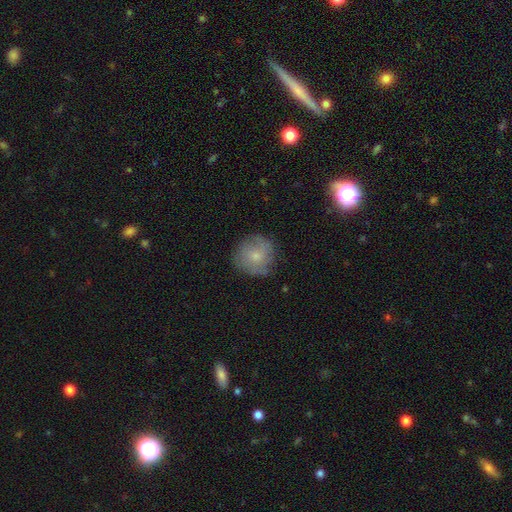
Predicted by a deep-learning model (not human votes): The model was most divided on "smooth or featured": smooth: 65%, featured or disk: 27%, star or artifact: 8%. More confident: how rounded — round (90%); merging — none (74%).